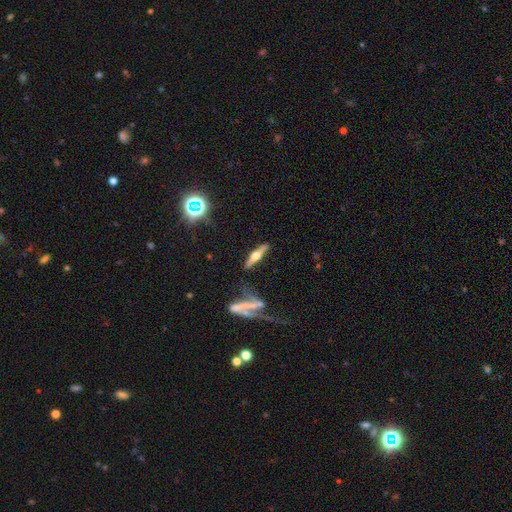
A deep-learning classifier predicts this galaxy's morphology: Q: Smooth or featured?
A: featured or disk (69%); runner-up: smooth (24%)
Q: Edge-on disk?
A: yes (92%); runner-up: no (8%)
Q: Edge-on bulge?
A: rounded (95%); runner-up: boxy (3%)
Q: Merging?
A: none (76%); runner-up: minor disturbance (13%)